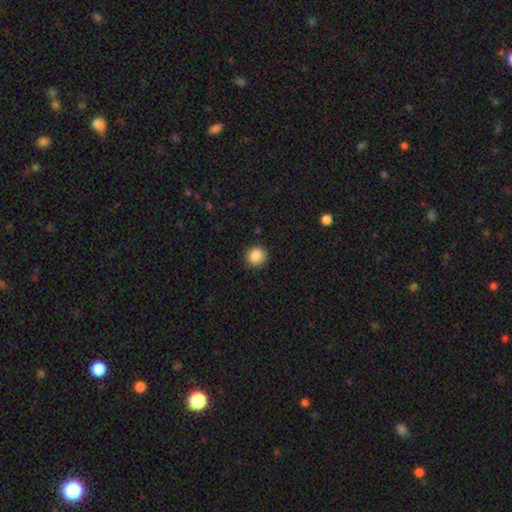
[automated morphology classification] smooth_or_featured: smooth (p=0.88) [alt: star or artifact p=0.09]
how_rounded: round (p=0.89) [alt: in between p=0.10]
merging: none (p=0.90) [alt: minor disturbance p=0.07]